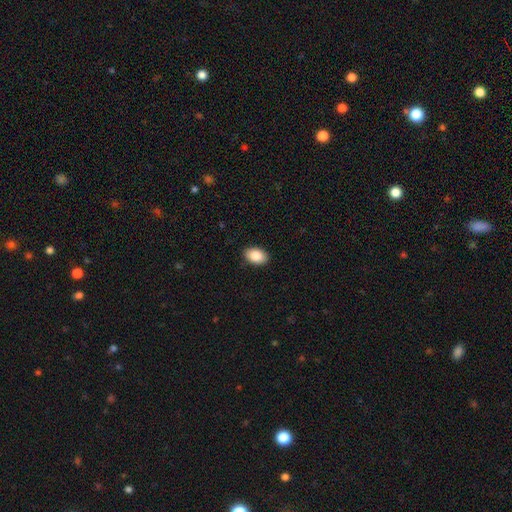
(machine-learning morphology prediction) The model was most divided on "how rounded": in between: 87%, round: 12%, cigar-shaped: 1%. More confident: merging — none (89%); smooth or featured — smooth (87%).